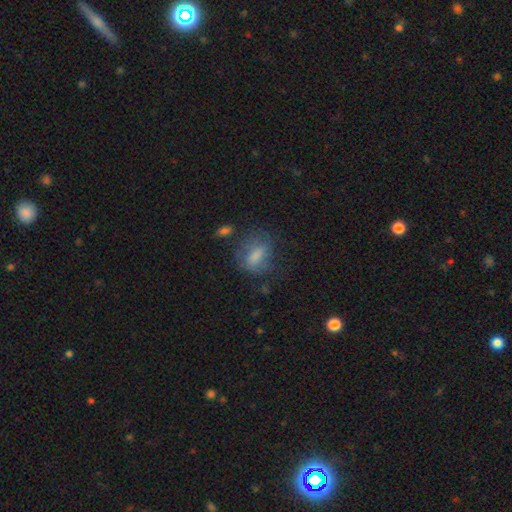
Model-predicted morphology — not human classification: Smooth or featured: smooth — 65% (featured or disk — 23%)
How rounded: in between — 70% (round — 21%)
Merging: none — 57% (minor disturbance — 24%)